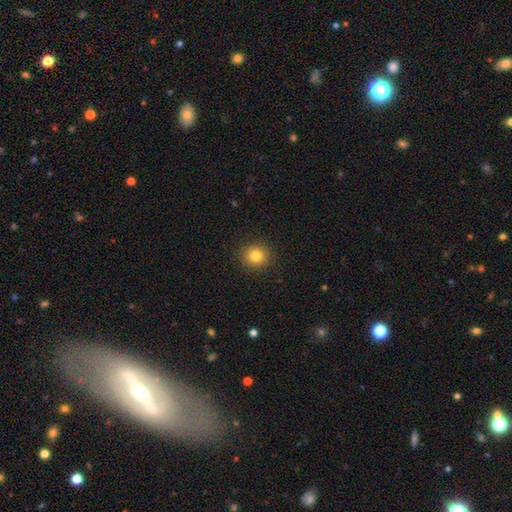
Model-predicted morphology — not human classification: Overall: smooth (81%). How rounded: round (87%). Merging: none (91%).